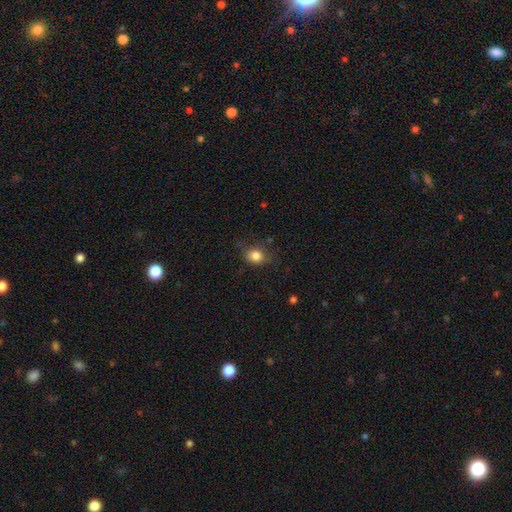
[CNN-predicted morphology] Smooth or featured? Predicted: smooth (p=0.83). How rounded? Predicted: round (p=0.55). Merging? Predicted: none (p=0.72).